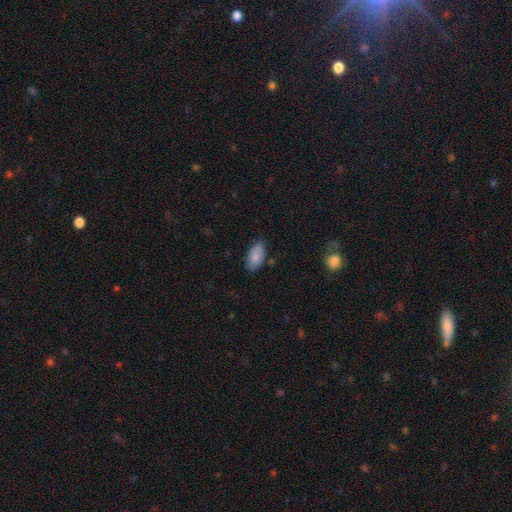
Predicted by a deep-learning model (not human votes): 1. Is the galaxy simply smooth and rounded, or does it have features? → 85% smooth, 9% featured or disk, 6% star or artifact.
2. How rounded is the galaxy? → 94% in between, 3% cigar-shaped, 3% round.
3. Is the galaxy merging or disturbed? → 79% none, 16% minor disturbance, 3% major disturbance, 2% merger.